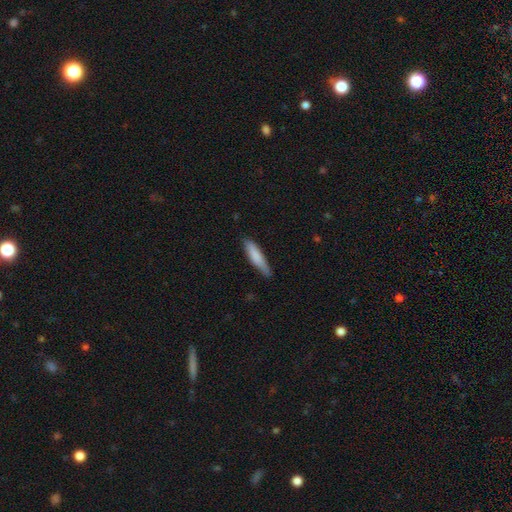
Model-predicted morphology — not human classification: type=smooth (79%); roundness=cigar-shaped (79%); merging=none (73%).